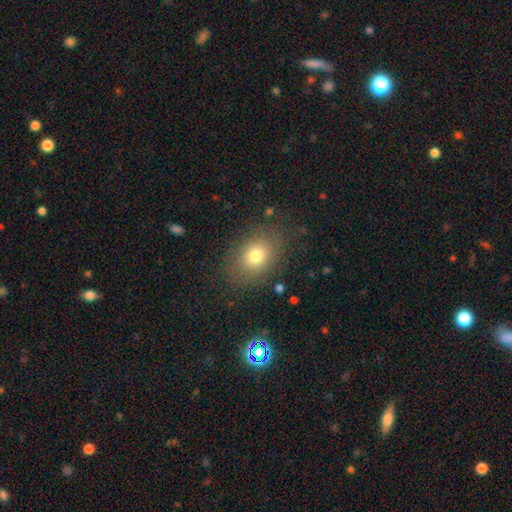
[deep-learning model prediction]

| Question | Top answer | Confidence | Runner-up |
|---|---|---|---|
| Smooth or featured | smooth | 75% | featured or disk (13%) |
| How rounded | in between | 64% | round (34%) |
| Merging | none | 80% | minor disturbance (13%) |